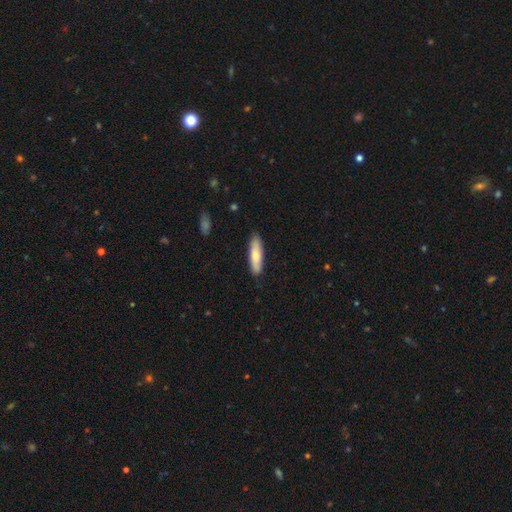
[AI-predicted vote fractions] smooth-or-featured: smooth: 70% | featured or disk: 25% | star or artifact: 5%
  how-rounded: cigar-shaped: 64% | in between: 34% | round: 2%
  merging: none: 86% | minor disturbance: 11% | major disturbance: 2% | merger: 1%